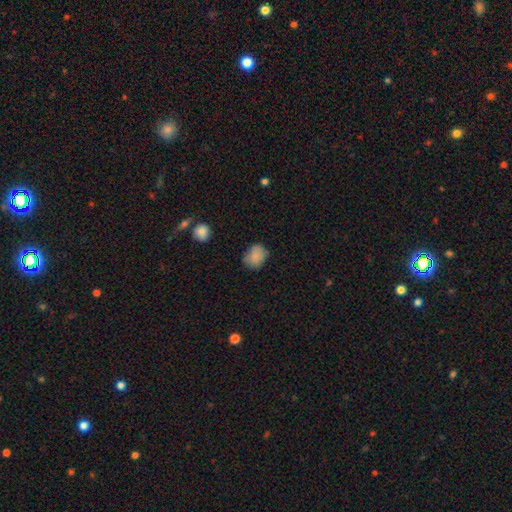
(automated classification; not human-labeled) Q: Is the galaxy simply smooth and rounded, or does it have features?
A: smooth — 85%.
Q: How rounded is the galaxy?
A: in between — 51%.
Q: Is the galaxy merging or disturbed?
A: none — 68%.